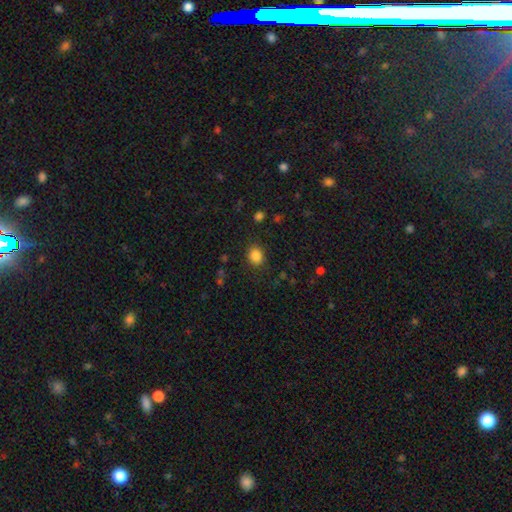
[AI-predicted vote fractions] The model was most divided on "how rounded": round: 65%, in between: 34%, cigar-shaped: 1%. More confident: smooth or featured — smooth (85%); merging — none (85%).